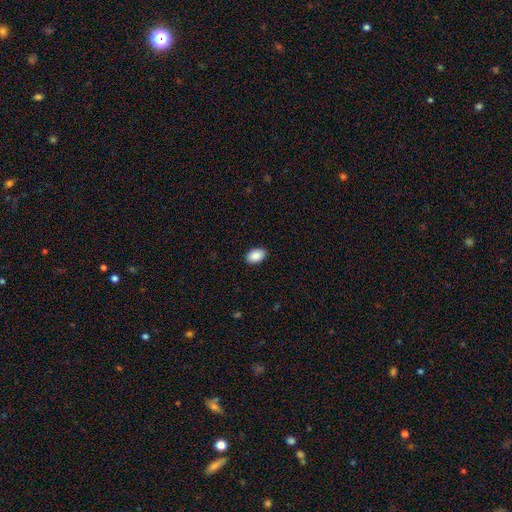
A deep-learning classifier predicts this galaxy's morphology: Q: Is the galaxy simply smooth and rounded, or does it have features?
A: smooth — 90%.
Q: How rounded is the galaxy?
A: in between — 91%.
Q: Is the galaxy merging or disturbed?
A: none — 90%.